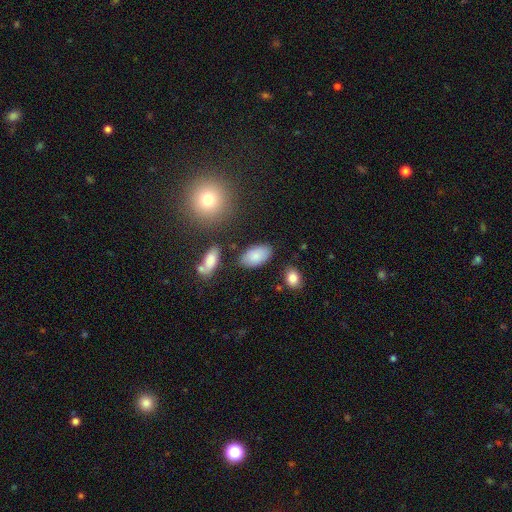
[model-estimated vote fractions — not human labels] Smooth or featured?
  - smooth: 84% *
  - featured or disk: 8%
  - star or artifact: 7%
How rounded?
  - in between: 95% *
  - round: 3%
  - cigar-shaped: 2%
Merging?
  - none: 80% *
  - minor disturbance: 13%
  - merger: 4%
  - major disturbance: 3%